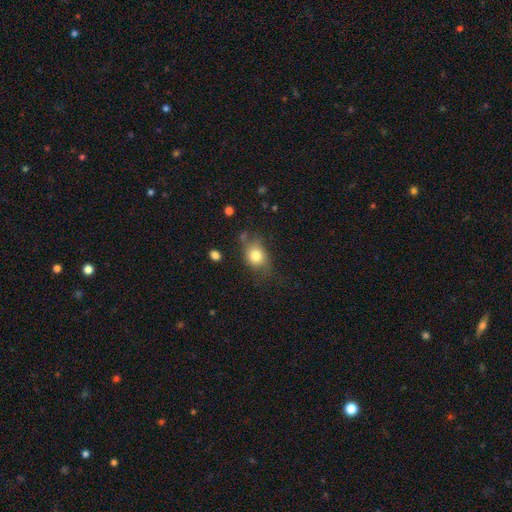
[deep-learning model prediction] A smooth galaxy with no disk features (78%) that is in between round and cigar-shaped (51%). Merging: none (58%).